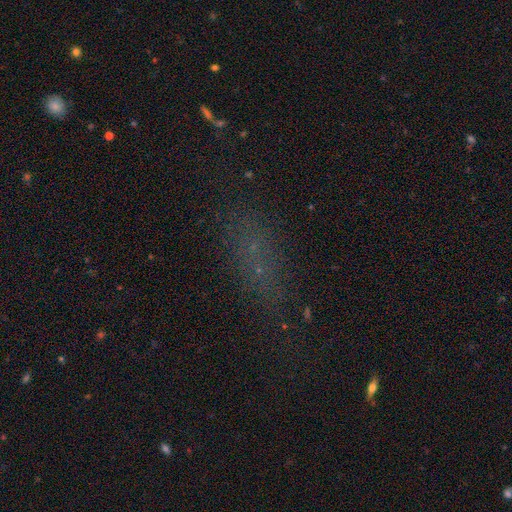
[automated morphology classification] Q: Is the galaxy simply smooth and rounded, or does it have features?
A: smooth — 51%.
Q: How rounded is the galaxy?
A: in between — 54%.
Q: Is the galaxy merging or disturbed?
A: none — 69%.